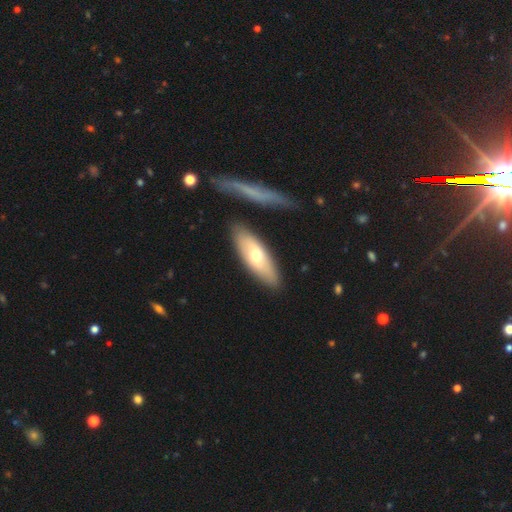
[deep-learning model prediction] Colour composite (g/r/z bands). It shows a smooth galaxy with no disk features (56%) that is in between round and cigar-shaped (63%). Merging: none (81%).